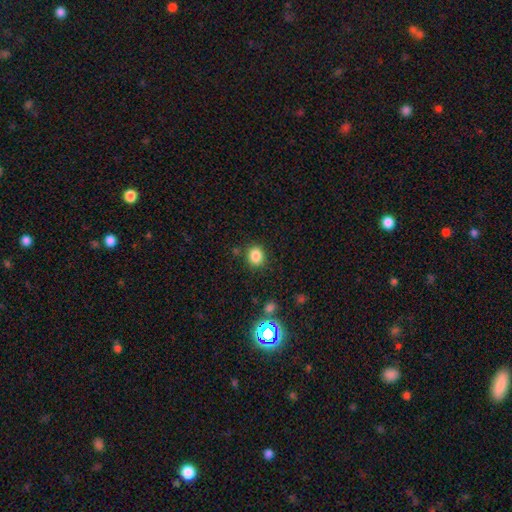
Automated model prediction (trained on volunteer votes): Smooth or featured? smooth (83%)
How rounded? round (74%)
Merging? none (84%)